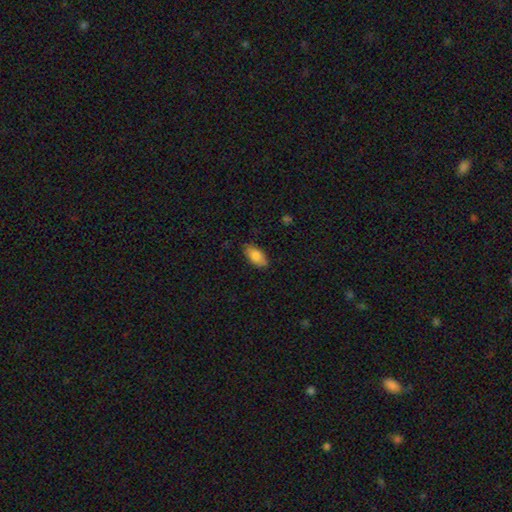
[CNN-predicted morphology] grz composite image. It shows a smooth galaxy with no disk features (84%) that is in between round and cigar-shaped (92%). Merging: none (83%).